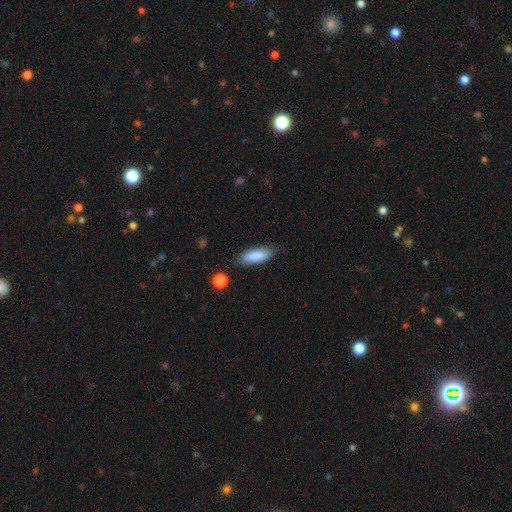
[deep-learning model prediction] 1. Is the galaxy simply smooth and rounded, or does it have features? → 86% smooth, 7% featured or disk, 6% star or artifact.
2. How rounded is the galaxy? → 58% in between, 40% cigar-shaped, 2% round.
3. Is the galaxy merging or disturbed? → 82% none, 13% minor disturbance, 3% major disturbance, 2% merger.